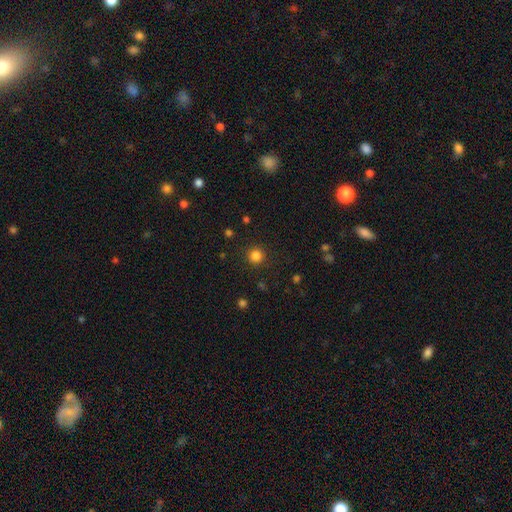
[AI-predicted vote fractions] A smooth galaxy with no disk features (83%) that is round (94%). Merging: none (90%).